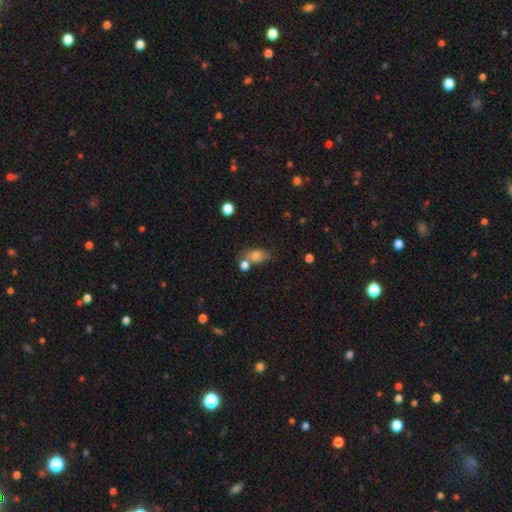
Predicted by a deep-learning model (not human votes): Overall: smooth (76%). How rounded: in between (76%). Merging: none (51%; merger 27%).